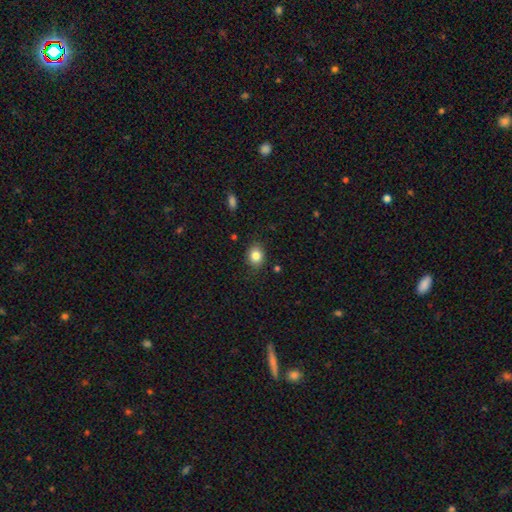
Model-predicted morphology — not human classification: Q: Smooth or featured?
A: smooth (84%); runner-up: star or artifact (10%)
Q: How rounded?
A: round (50%); runner-up: in between (49%)
Q: Merging?
A: none (85%); runner-up: minor disturbance (11%)